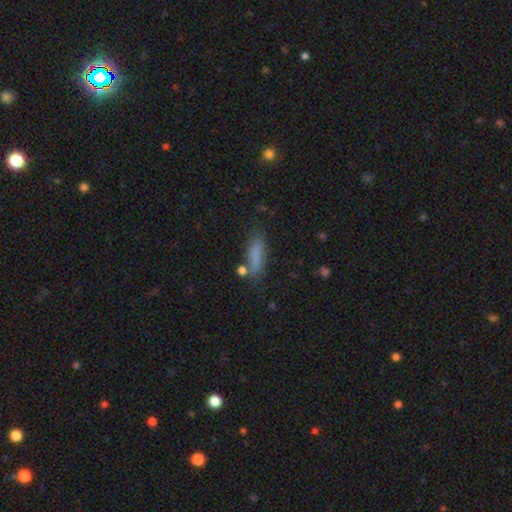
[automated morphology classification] A smooth galaxy with no disk features (81%) that is cigar-shaped (61%).

Vote fractions:
- Smooth or featured? smooth: 81% / star or artifact: 9% / featured or disk: 9%
- How rounded? cigar-shaped: 61% / in between: 36% / round: 3%
- Merging? none: 72% / minor disturbance: 17% / merger: 6% / major disturbance: 5%